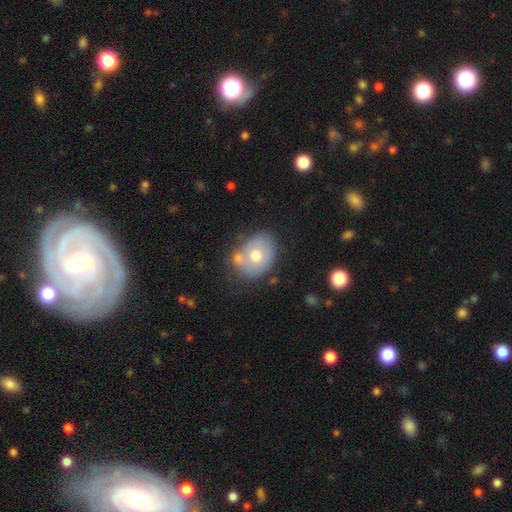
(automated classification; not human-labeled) A smooth galaxy with no disk features (63%) that is in between round and cigar-shaped (57%).

Vote fractions:
- Smooth or featured? smooth: 63% / featured or disk: 29% / star or artifact: 8%
- How rounded? in between: 57% / round: 42% / cigar-shaped: 1%
- Merging? none: 51% / merger: 25% / minor disturbance: 18% / major disturbance: 6%